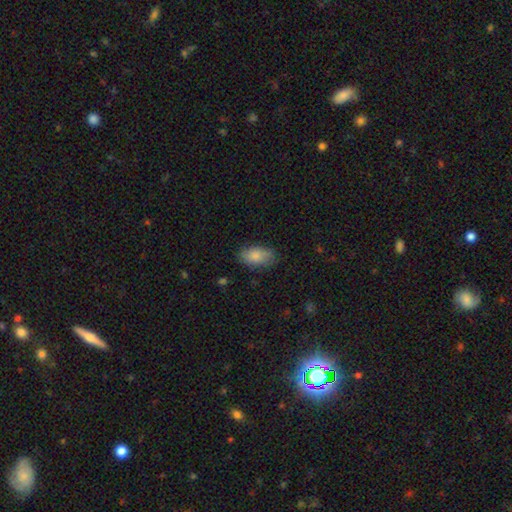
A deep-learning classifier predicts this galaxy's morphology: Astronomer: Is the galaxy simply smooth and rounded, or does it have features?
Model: smooth — 84%.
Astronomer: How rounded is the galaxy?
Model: in between — 92%.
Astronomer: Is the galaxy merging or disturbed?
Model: none — 78%.